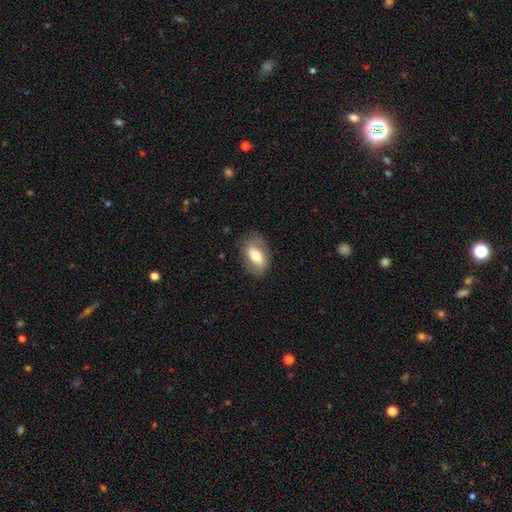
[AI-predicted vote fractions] This is possibly a smooth galaxy (57%). How rounded: clearly in between (89%). Merging: likely none (76%).